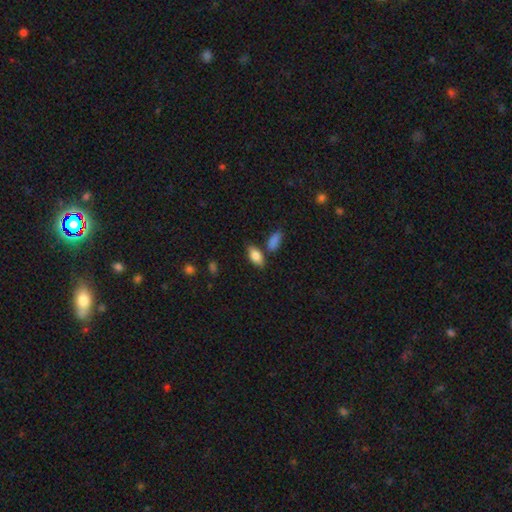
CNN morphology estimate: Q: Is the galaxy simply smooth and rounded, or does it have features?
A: smooth — 83%.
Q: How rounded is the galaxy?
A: in between — 89%.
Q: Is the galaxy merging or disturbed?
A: none — 70%.